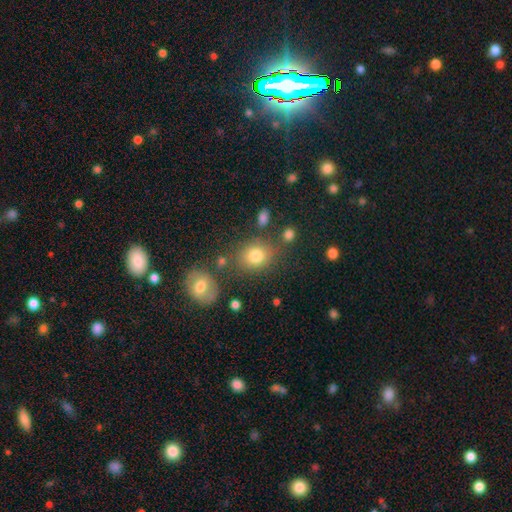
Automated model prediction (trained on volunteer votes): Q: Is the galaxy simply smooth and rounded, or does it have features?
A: smooth — 78%.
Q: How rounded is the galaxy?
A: round — 56%.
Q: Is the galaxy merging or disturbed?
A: none — 73%.